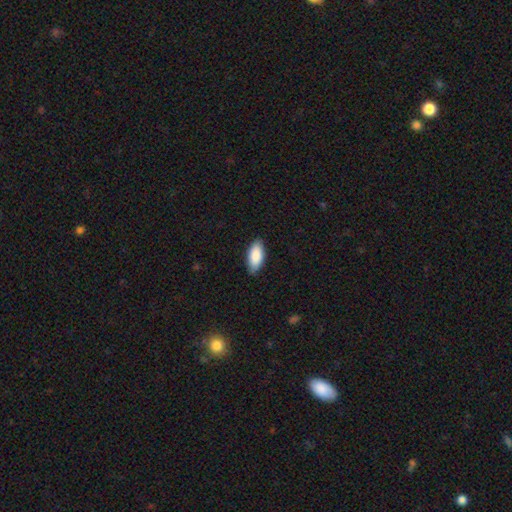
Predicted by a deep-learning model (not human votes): A smooth galaxy with no disk features (87%) that is in between round and cigar-shaped (90%). Merging: none (84%).